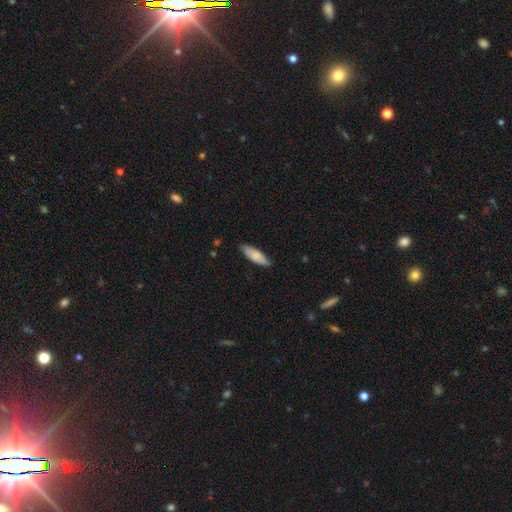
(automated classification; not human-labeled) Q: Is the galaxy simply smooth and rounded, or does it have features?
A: smooth — 78%.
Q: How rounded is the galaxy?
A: in between — 55%.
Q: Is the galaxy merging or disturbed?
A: none — 80%.